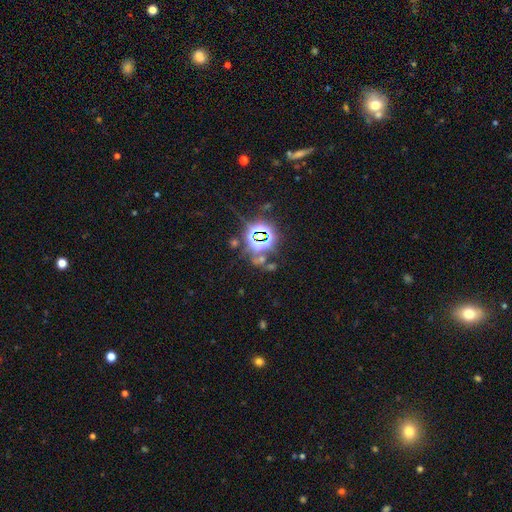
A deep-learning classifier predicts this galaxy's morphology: A star or artifact, not a galaxy (74%).